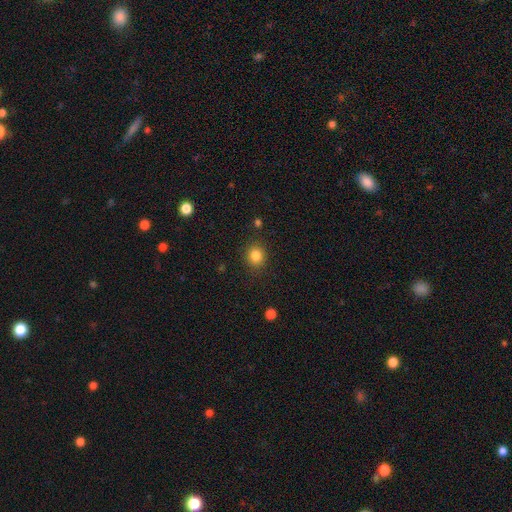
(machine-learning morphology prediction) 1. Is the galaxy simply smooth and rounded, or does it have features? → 83% smooth, 11% star or artifact, 5% featured or disk.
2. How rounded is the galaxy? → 79% round, 20% in between, 1% cigar-shaped.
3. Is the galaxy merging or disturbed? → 88% none, 8% minor disturbance, 3% major disturbance, 2% merger.